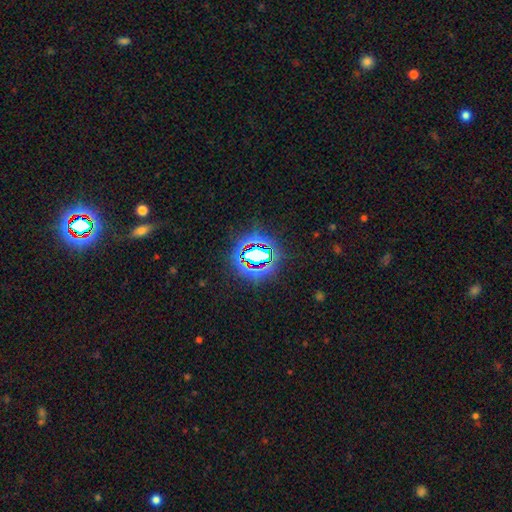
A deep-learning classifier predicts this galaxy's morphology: This appears to be a star or artifact, not a galaxy (63%).